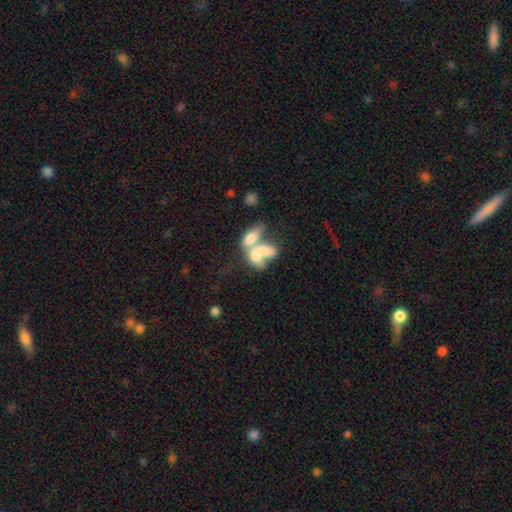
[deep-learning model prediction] Overall: smooth (58%; featured or disk 33%). How rounded: in between (84%). Merging: merger (74%).